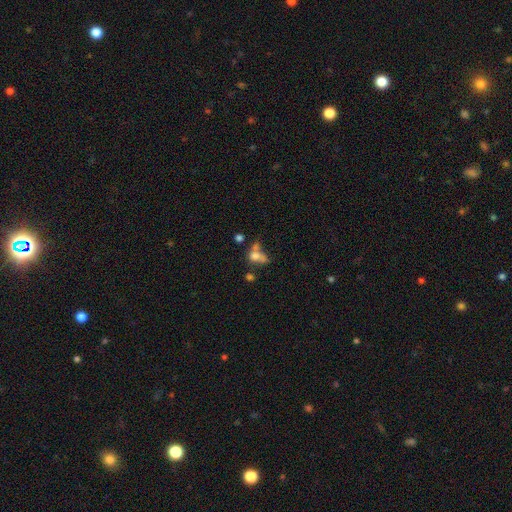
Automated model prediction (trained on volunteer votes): The model was most divided on "merging": merger: 42%, none: 23%, major disturbance: 20%, minor disturbance: 15%. More confident: smooth or featured — smooth (65%); how rounded — in between (61%).